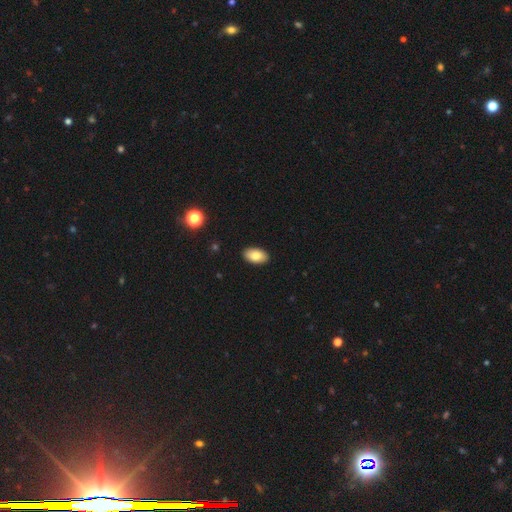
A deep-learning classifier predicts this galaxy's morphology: smooth-or-featured: smooth: 84% | featured or disk: 9% | star or artifact: 7%
  how-rounded: in between: 94% | round: 4% | cigar-shaped: 2%
  merging: none: 90% | minor disturbance: 7% | major disturbance: 2% | merger: 1%